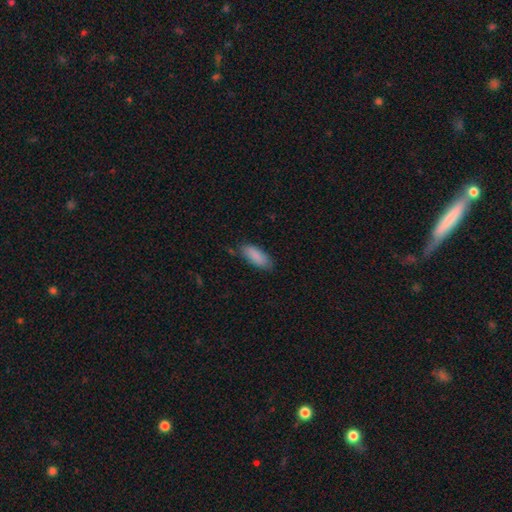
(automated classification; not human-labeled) smooth-or-featured: smooth: 88% | star or artifact: 6% | featured or disk: 6%
  how-rounded: in between: 78% | cigar-shaped: 21% | round: 2%
  merging: none: 77% | minor disturbance: 18% | major disturbance: 3% | merger: 2%